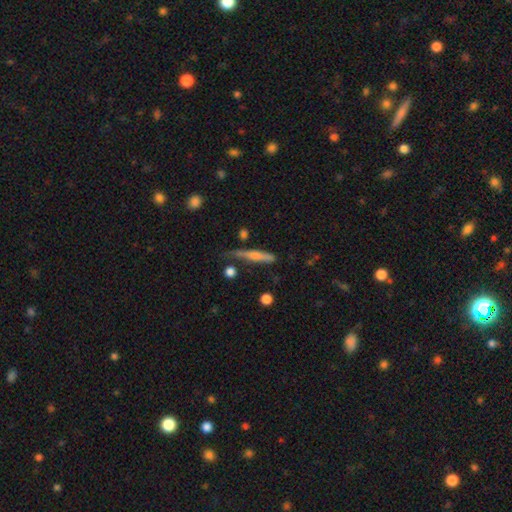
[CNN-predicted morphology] Overall: smooth (57%; featured or disk 36%). How rounded: cigar-shaped (87%). Merging: none (57%; minor disturbance 25%).